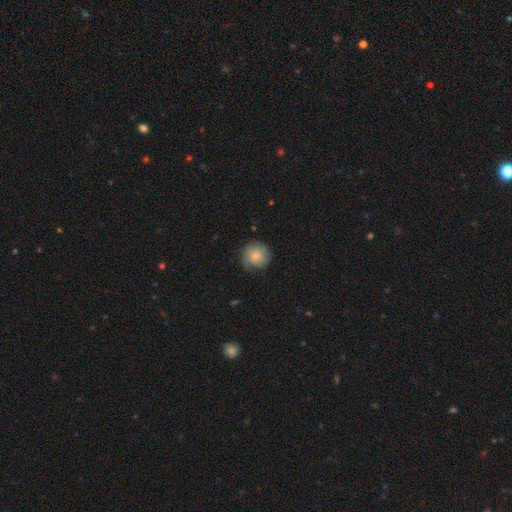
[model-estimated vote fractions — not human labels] This appears to be a smooth galaxy with no disk features (71%) that is round (91%). Merging: none (71%).